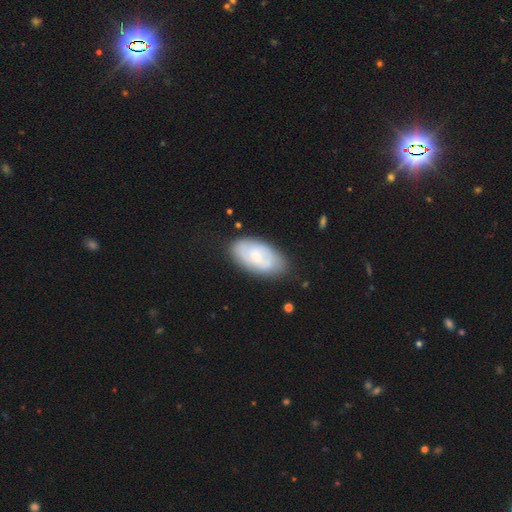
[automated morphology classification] This is possibly a smooth galaxy (51%). How rounded: clearly in between (93%). Merging: likely none (73%).